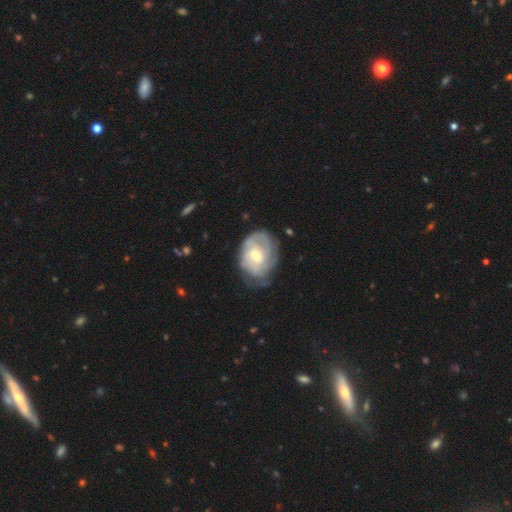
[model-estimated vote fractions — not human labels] featured or disk 67%, smooth 26%, star or artifact 6%. Down the decision tree: edge-on disk — no (96%); bar — no (58%); spiral arms — yes (76%); bulge size — moderate (51%); merging — none (57%).